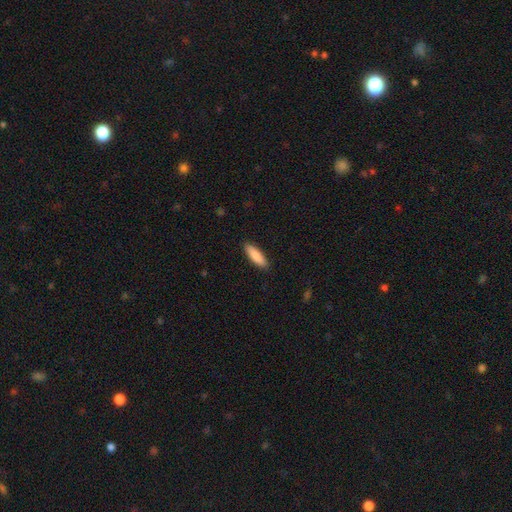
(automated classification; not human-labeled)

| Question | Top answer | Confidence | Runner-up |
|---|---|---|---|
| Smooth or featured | smooth | 86% | featured or disk (9%) |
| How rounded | cigar-shaped | 58% | in between (40%) |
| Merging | none | 89% | minor disturbance (8%) |